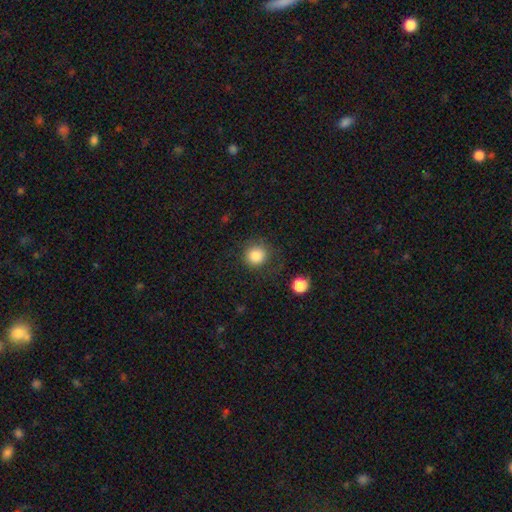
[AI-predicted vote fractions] smooth 85%, star or artifact 10%, featured or disk 5%. Down the decision tree: how rounded — round (90%); merging — none (79%).